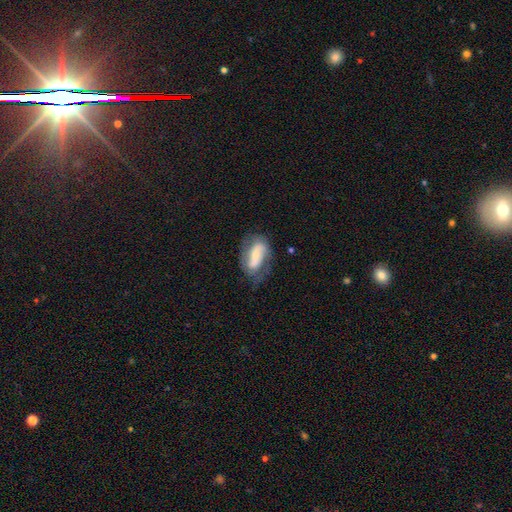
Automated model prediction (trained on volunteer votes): smooth_or_featured: featured or disk (p=0.56) [alt: smooth p=0.36]
disk_edge_on: no (p=0.93) [alt: yes p=0.07]
bar: strong (p=0.35) [alt: no p=0.34]
has_spiral_arms: yes (p=0.74) [alt: no p=0.26]
bulge_size: small (p=0.48) [alt: moderate p=0.31]
merging: none (p=0.51) [alt: minor disturbance p=0.27]